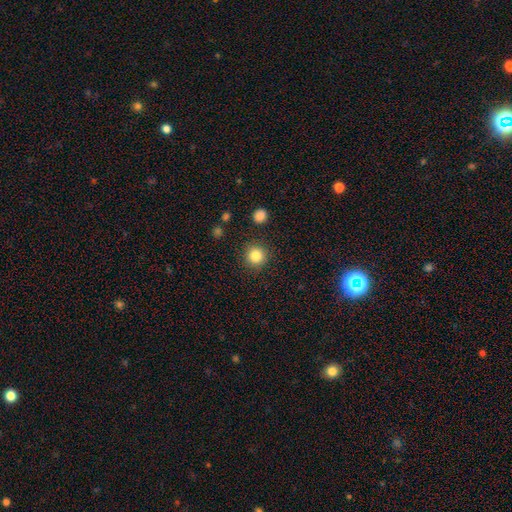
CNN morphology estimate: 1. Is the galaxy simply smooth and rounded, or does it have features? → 85% smooth, 11% star or artifact, 5% featured or disk.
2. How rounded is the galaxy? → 94% round, 5% in between, 1% cigar-shaped.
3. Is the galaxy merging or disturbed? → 90% none, 6% minor disturbance, 3% major disturbance, 2% merger.